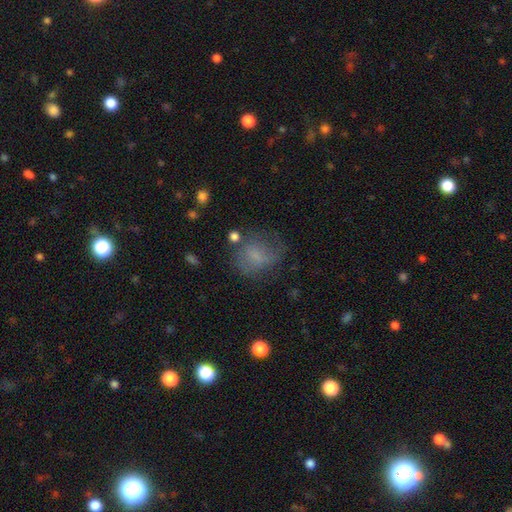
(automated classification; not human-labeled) The model was most divided on "how rounded": round: 54%, in between: 44%, cigar-shaped: 1%. Remaining: smooth or featured — smooth (61%); merging — none (47%).